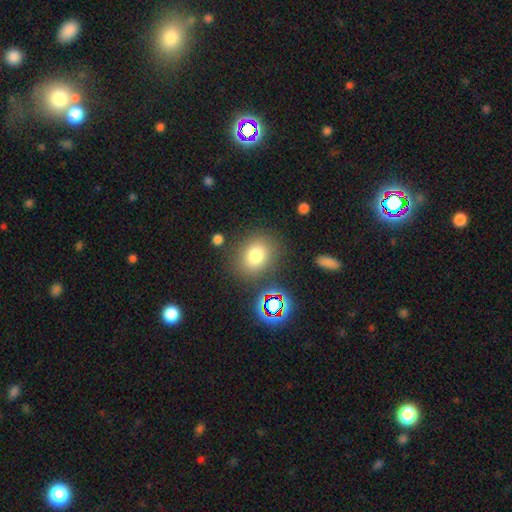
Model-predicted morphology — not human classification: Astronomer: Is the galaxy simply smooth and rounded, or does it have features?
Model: smooth — 75%.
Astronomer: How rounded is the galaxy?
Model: round — 63%.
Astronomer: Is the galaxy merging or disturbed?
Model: none — 81%.